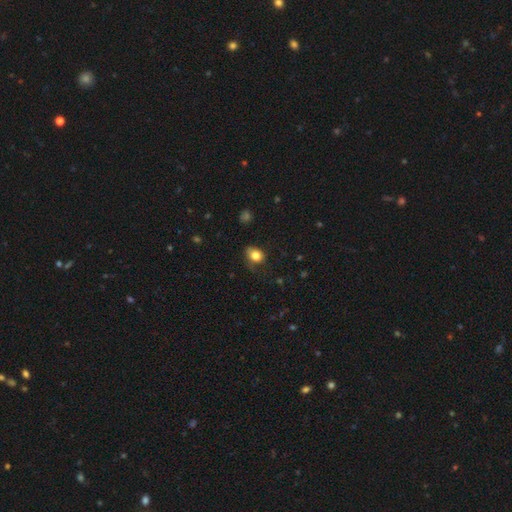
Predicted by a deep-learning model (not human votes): smooth 81%, star or artifact 10%, featured or disk 9%. Down the decision tree: how rounded — in between (62%); merging — none (63%).